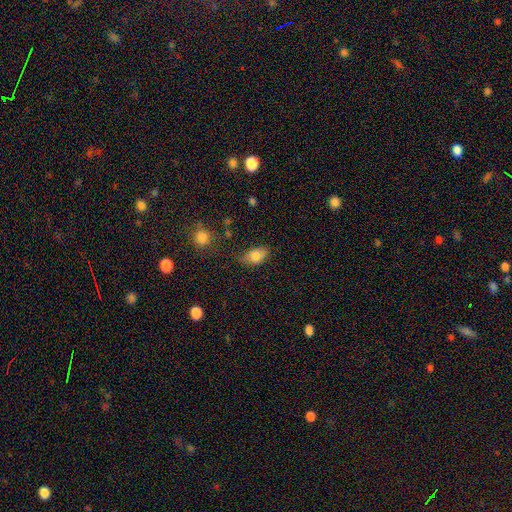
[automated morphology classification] smooth-or-featured: smooth: 80% | featured or disk: 11% | star or artifact: 9%
  how-rounded: in between: 86% | round: 12% | cigar-shaped: 2%
  merging: none: 63% | minor disturbance: 27% | major disturbance: 7% | merger: 3%